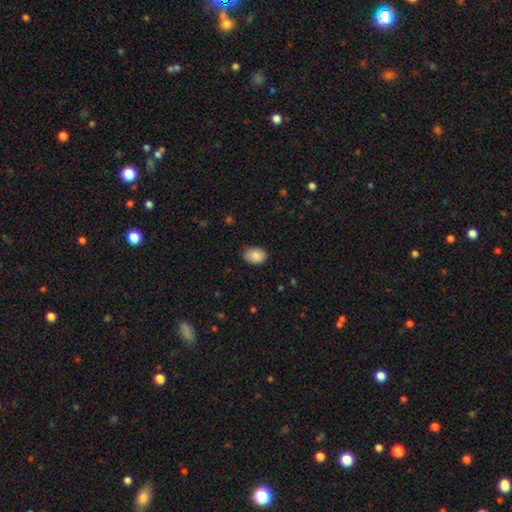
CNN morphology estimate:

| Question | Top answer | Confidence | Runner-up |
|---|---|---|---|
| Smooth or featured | smooth | 89% | star or artifact (7%) |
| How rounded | in between | 82% | round (17%) |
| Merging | none | 83% | minor disturbance (14%) |